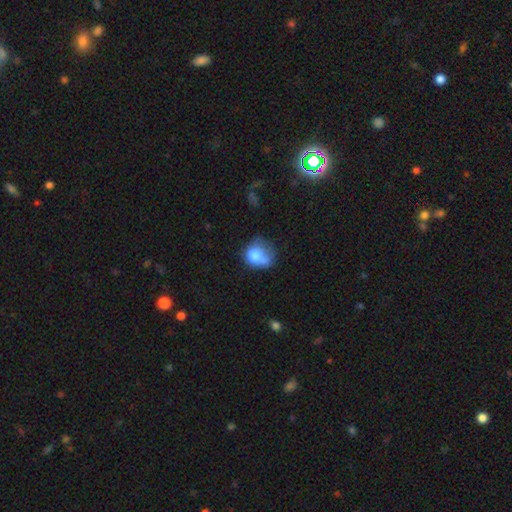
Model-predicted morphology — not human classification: This appears to be a smooth galaxy with no disk features (71%) that is round (63%). Merging: none (31%).